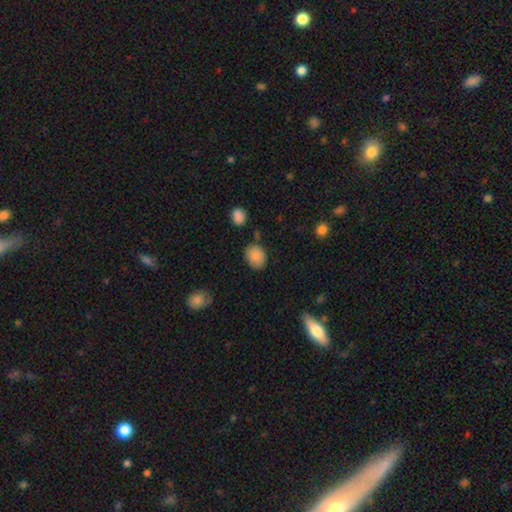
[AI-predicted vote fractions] A smooth galaxy with no disk features (86%) that is round (51%). Merging: none (77%).